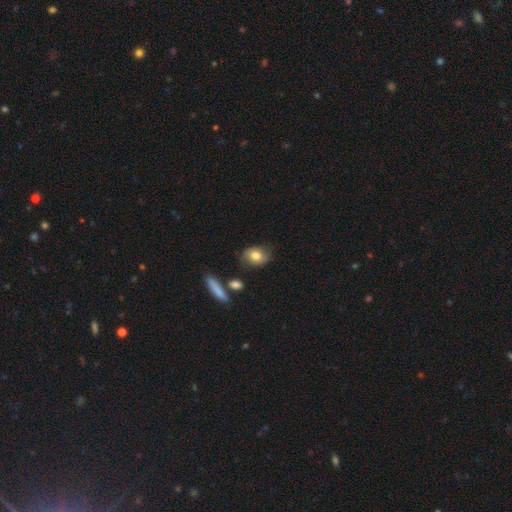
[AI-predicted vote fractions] Smooth or featured?
  - smooth: 72% *
  - featured or disk: 21%
  - star or artifact: 8%
How rounded?
  - in between: 63% *
  - round: 35%
  - cigar-shaped: 3%
Merging?
  - none: 72% *
  - minor disturbance: 18%
  - major disturbance: 5%
  - merger: 4%